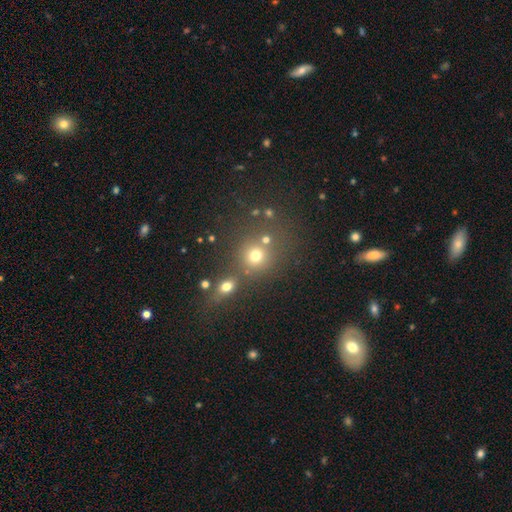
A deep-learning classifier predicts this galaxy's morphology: A smooth galaxy with no disk features (72%) that is round (84%). Merging: none (61%).